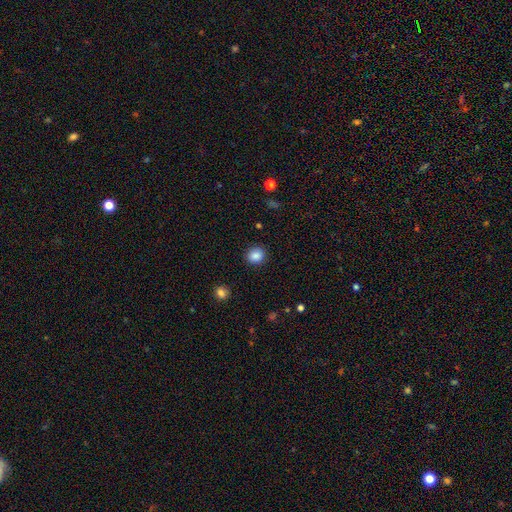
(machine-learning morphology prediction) smooth-or-featured: smooth: 87% | star or artifact: 9% | featured or disk: 4%
  how-rounded: round: 81% | in between: 18% | cigar-shaped: 1%
  merging: none: 91% | minor disturbance: 6% | major disturbance: 2% | merger: 1%